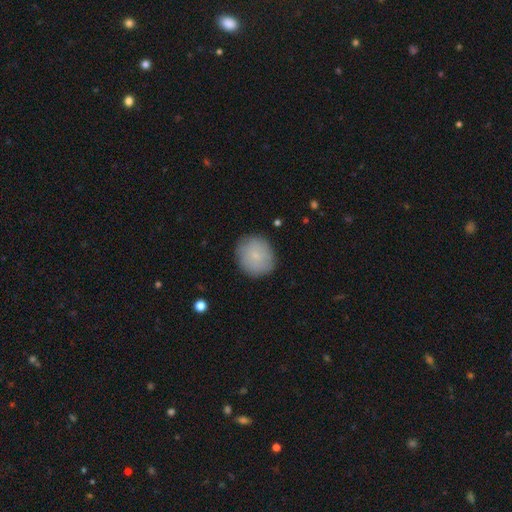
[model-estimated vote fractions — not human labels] Overall: smooth (77%). How rounded: round (82%). Merging: none (83%).